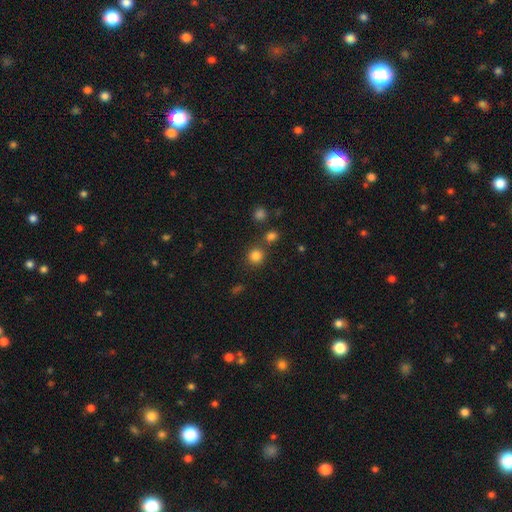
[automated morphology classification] A smooth galaxy with no disk features (81%) that is round (91%). Merging: none (76%).